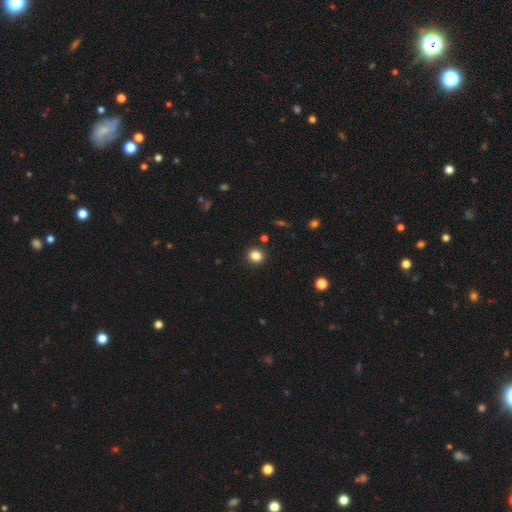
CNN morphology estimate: Smooth or featured? Predicted: smooth (p=0.84). How rounded? Predicted: round (p=0.76). Merging? Predicted: none (p=0.90).